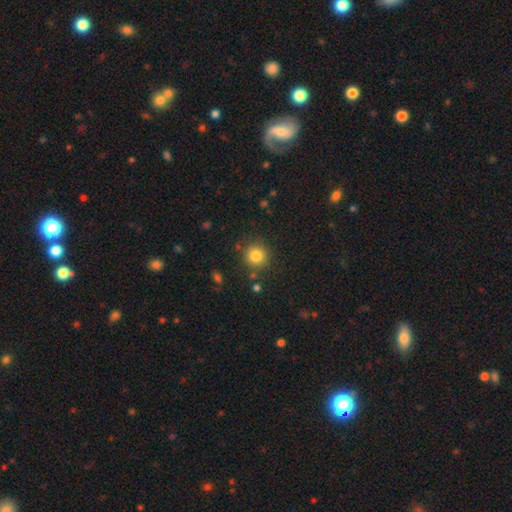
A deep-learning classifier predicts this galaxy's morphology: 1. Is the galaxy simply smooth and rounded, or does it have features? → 82% smooth, 12% star or artifact, 6% featured or disk.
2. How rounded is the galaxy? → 92% round, 7% in between, 1% cigar-shaped.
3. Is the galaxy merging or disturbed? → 84% none, 9% minor disturbance, 4% merger, 3% major disturbance.